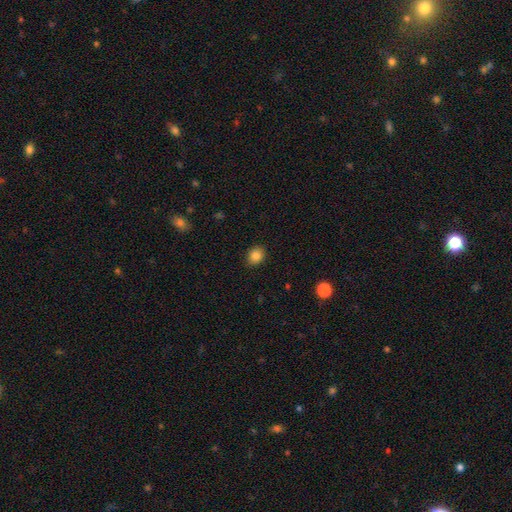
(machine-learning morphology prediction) Smooth or featured: smooth — 85% (star or artifact — 10%)
How rounded: round — 56% (in between — 43%)
Merging: none — 89% (minor disturbance — 8%)